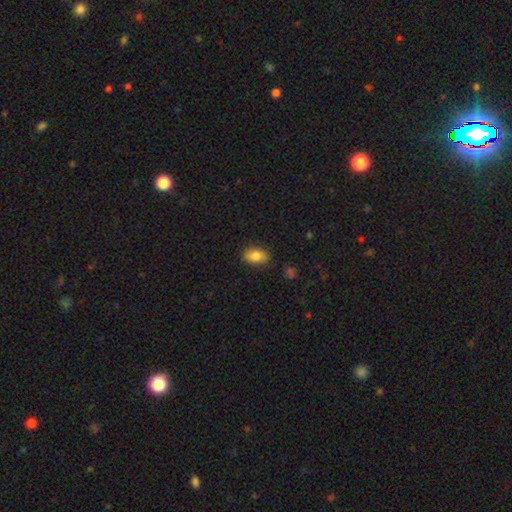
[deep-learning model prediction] A smooth galaxy with no disk features (84%) that is in between round and cigar-shaped (87%). Merging: none (82%).